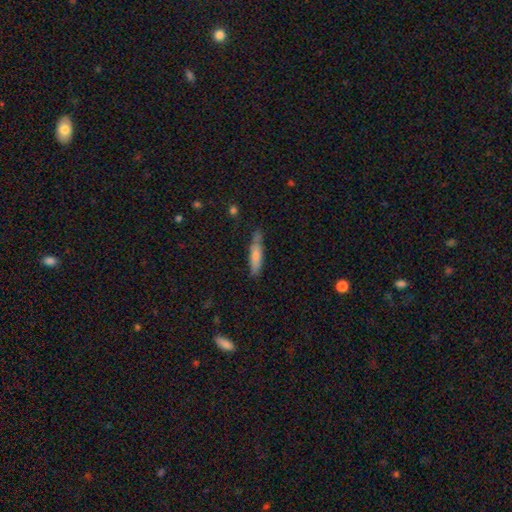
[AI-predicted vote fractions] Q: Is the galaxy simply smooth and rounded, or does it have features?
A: smooth — 63%.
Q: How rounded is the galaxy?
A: cigar-shaped — 82%.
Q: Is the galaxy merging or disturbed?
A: none — 76%.